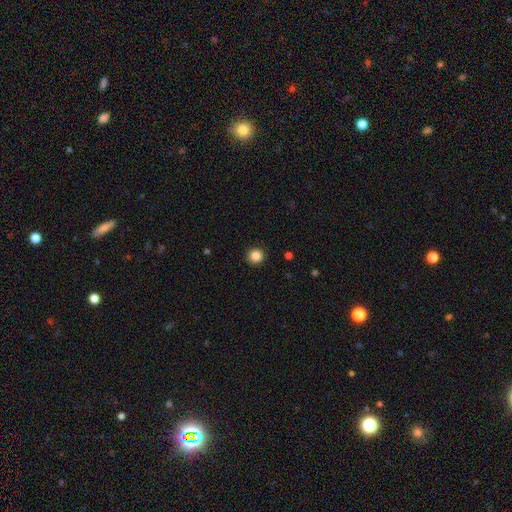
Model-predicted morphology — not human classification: Q: Smooth or featured?
A: smooth (86%); runner-up: star or artifact (10%)
Q: How rounded?
A: round (93%); runner-up: in between (6%)
Q: Merging?
A: none (93%); runner-up: minor disturbance (5%)